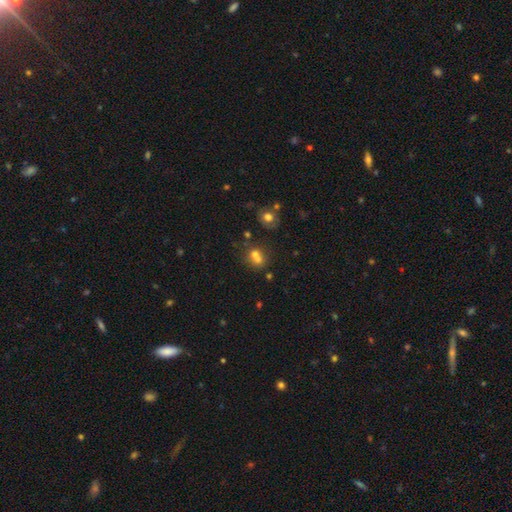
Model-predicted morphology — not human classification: Smooth or featured? Predicted: smooth (p=0.65). How rounded? Predicted: round (p=0.66). Merging? Predicted: merger (p=0.54).